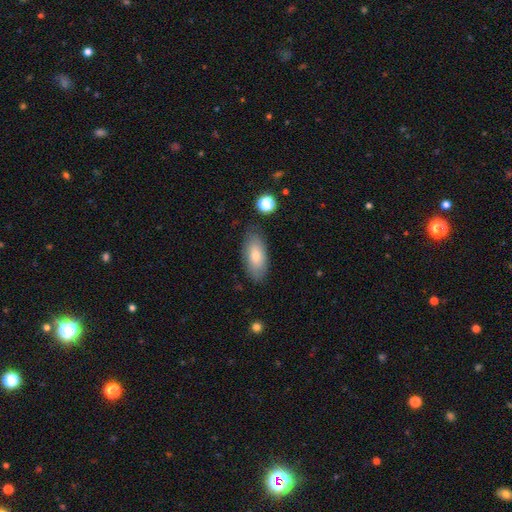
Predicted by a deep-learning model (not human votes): smooth 75%, featured or disk 18%, star or artifact 7%. Down the decision tree: how rounded — in between (90%); merging — none (80%).